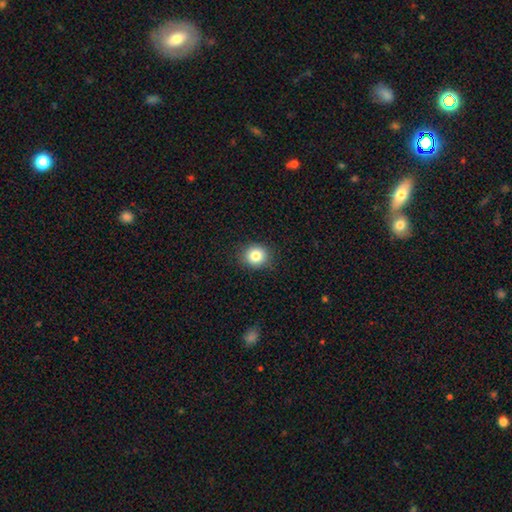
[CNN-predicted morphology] Smooth or featured? smooth (83%)
How rounded? round (87%)
Merging? none (89%)